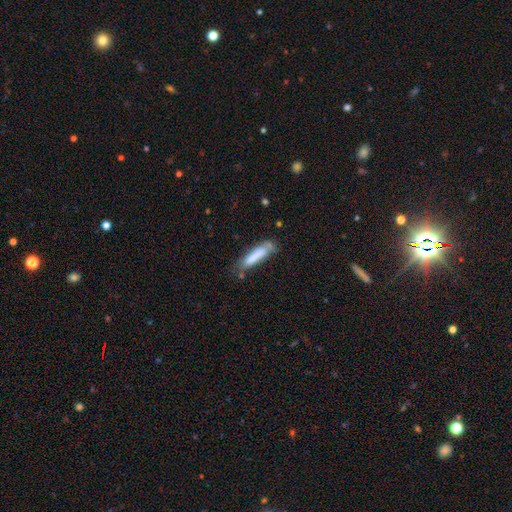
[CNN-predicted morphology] Smooth or featured? Predicted: smooth (p=0.76). How rounded? Predicted: cigar-shaped (p=0.78). Merging? Predicted: none (p=0.56).